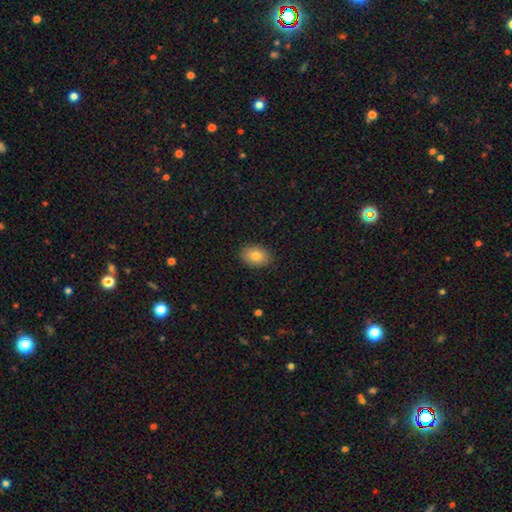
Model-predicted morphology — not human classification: Smooth or featured?
  - smooth: 82% *
  - featured or disk: 10%
  - star or artifact: 8%
How rounded?
  - in between: 77% *
  - round: 22%
  - cigar-shaped: 1%
Merging?
  - none: 89% *
  - minor disturbance: 8%
  - major disturbance: 2%
  - merger: 1%